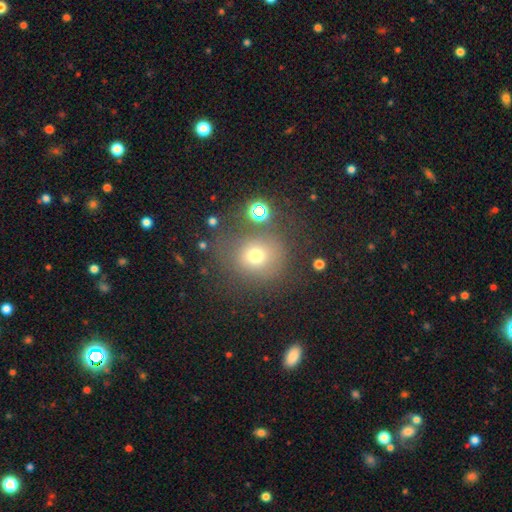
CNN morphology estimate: smooth_or_featured: smooth (p=0.68) [alt: star or artifact p=0.19]
how_rounded: round (p=0.85) [alt: in between p=0.14]
merging: none (p=0.67) [alt: minor disturbance p=0.15]